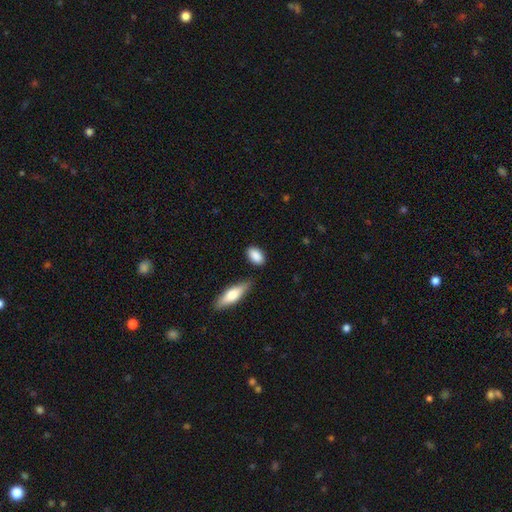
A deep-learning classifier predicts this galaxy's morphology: The model was most divided on "merging": none: 78%, minor disturbance: 13%, merger: 5%, major disturbance: 3%. More confident: smooth or featured — smooth (88%); how rounded — in between (87%).